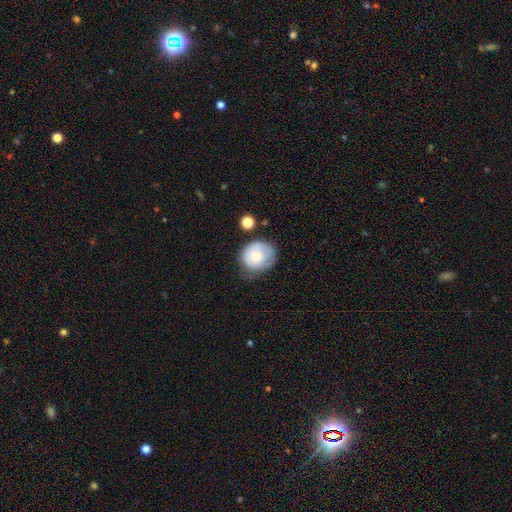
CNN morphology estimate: type=smooth (61%); roundness=round (74%); merging=none (54%).